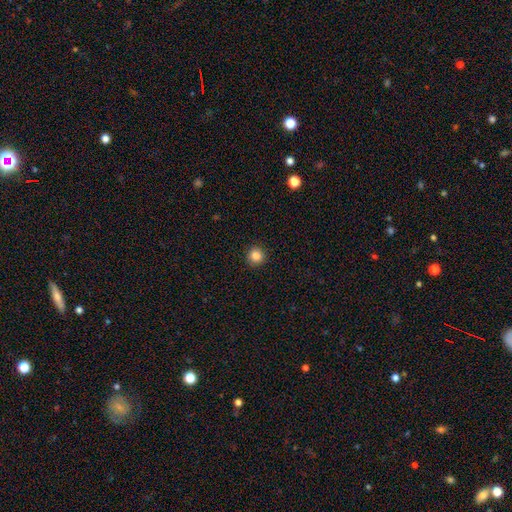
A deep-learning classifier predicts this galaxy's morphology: smooth_or_featured: smooth (p=0.85) [alt: star or artifact p=0.11]
how_rounded: round (p=0.94) [alt: in between p=0.05]
merging: none (p=0.92) [alt: minor disturbance p=0.05]